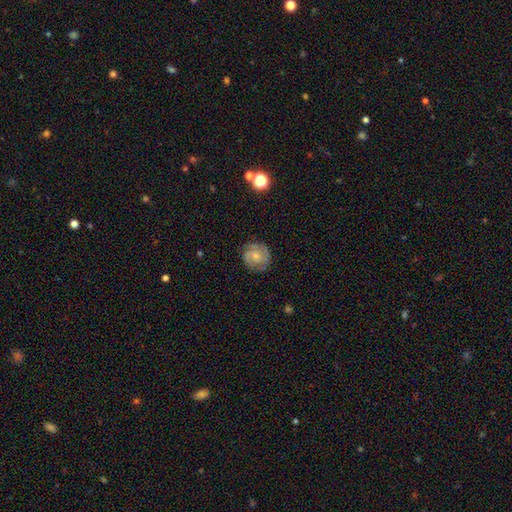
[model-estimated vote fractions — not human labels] A featured or disk galaxy (57%) with no bar (71%), spiral arms (81%) and a small central bulge (56%). Merging: none (76%).